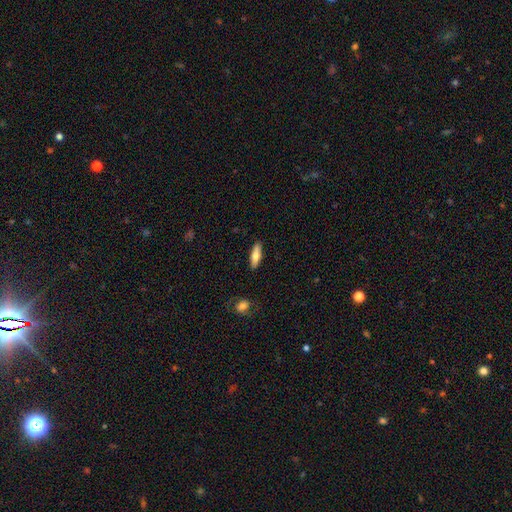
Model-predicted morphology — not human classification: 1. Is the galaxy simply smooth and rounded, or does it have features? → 66% smooth, 28% featured or disk, 6% star or artifact.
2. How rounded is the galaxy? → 53% cigar-shaped, 45% in between, 2% round.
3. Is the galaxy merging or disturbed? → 88% none, 8% minor disturbance, 2% major disturbance, 1% merger.